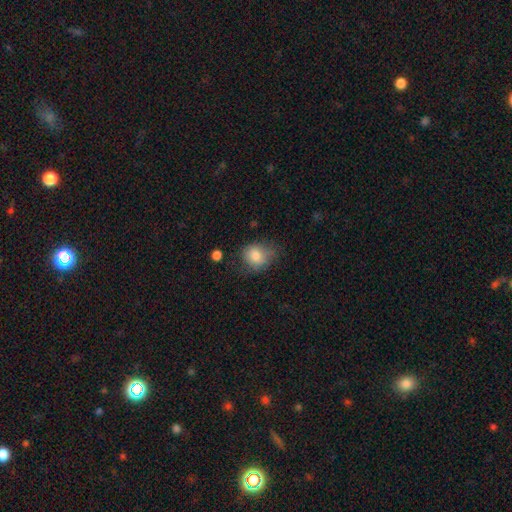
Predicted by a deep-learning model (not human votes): Q: Smooth or featured?
A: smooth (80%); runner-up: featured or disk (11%)
Q: How rounded?
A: round (59%); runner-up: in between (40%)
Q: Merging?
A: none (55%); runner-up: minor disturbance (31%)